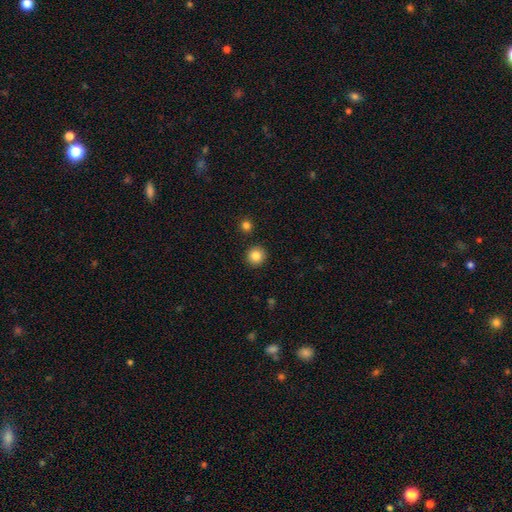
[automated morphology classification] The model was most divided on "smooth or featured": smooth: 85%, star or artifact: 10%, featured or disk: 5%. More confident: how rounded — round (94%); merging — none (91%).